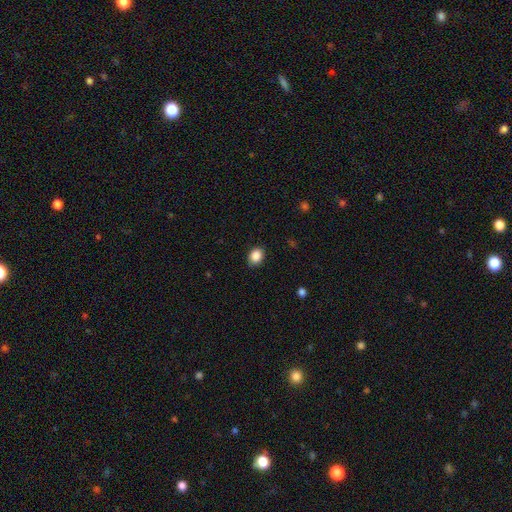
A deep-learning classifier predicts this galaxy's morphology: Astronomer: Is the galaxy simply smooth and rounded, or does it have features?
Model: smooth — 87%.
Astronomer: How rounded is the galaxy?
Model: round — 51% (runner-up: in between, 48%).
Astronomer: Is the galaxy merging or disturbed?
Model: none — 86%.